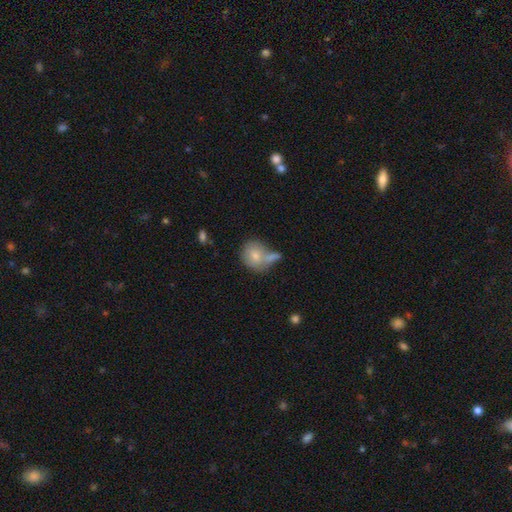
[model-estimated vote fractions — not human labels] The model was most divided on "merging": none: 42%, merger: 36%, minor disturbance: 16%, major disturbance: 6%. More confident: smooth or featured — smooth (75%); how rounded — round (68%).